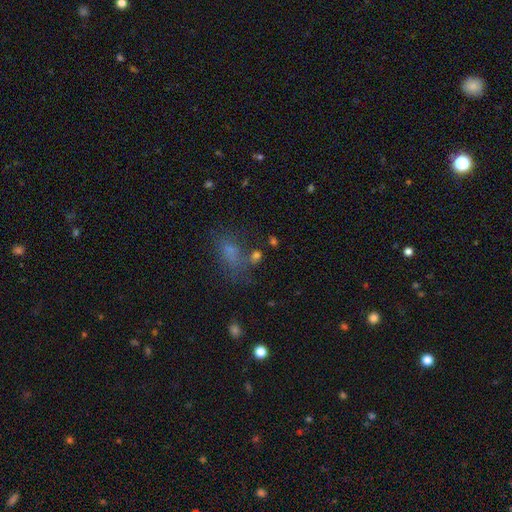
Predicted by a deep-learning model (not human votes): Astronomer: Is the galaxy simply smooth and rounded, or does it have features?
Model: smooth — 63%.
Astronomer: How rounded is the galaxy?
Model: in between — 74%.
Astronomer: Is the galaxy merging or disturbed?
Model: none — 46%.